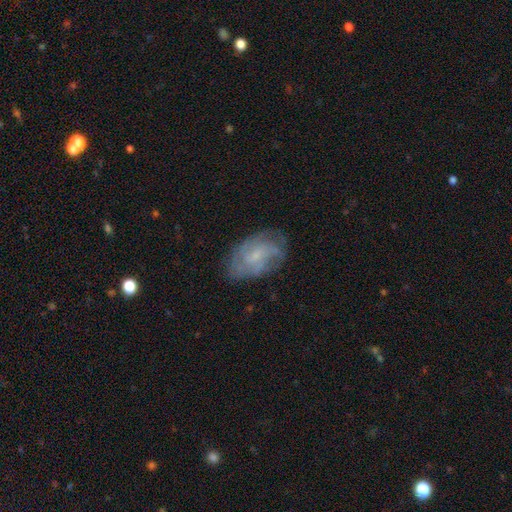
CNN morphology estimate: Smooth or featured? featured or disk (64%)
Edge-on disk? no (96%)
Bar? no (63%)
Spiral arms? yes (85%)
Spiral winding? tight (46%)
Spiral arm count? can't tell (46%)
Bulge size? small (67%)
Merging? none (73%)